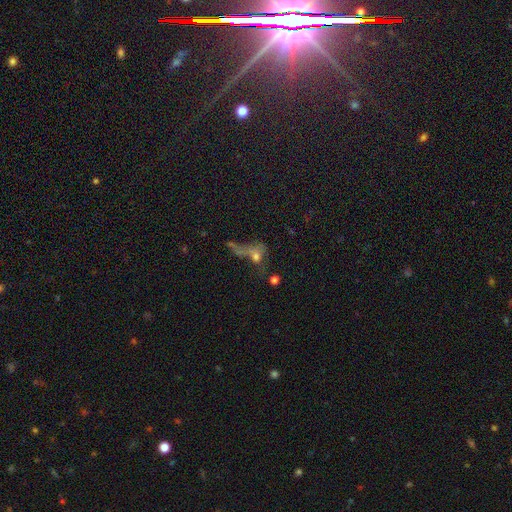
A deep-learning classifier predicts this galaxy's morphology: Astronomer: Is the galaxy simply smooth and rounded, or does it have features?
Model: star or artifact — 44% (runner-up: smooth, 31%).